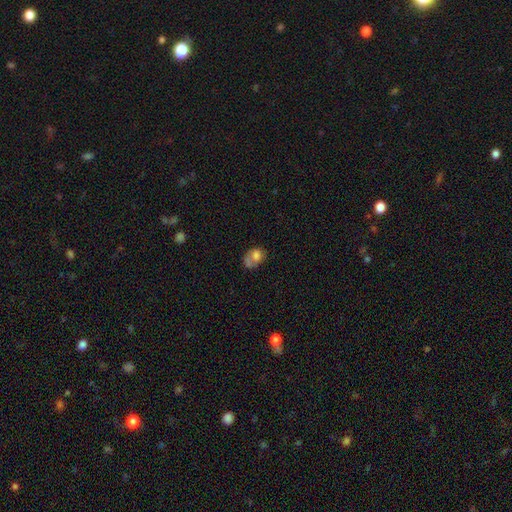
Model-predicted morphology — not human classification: smooth_or_featured: smooth (p=0.65) [alt: featured or disk p=0.26]
how_rounded: in between (p=0.70) [alt: round p=0.29]
merging: none (p=0.37) [alt: minor disturbance p=0.26]